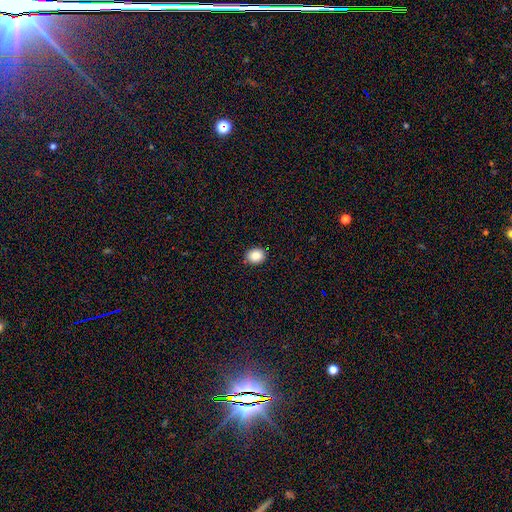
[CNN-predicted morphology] smooth-or-featured: smooth: 87% | star or artifact: 9% | featured or disk: 4%
  how-rounded: round: 63% | in between: 36% | cigar-shaped: 1%
  merging: none: 90% | minor disturbance: 7% | major disturbance: 2% | merger: 1%